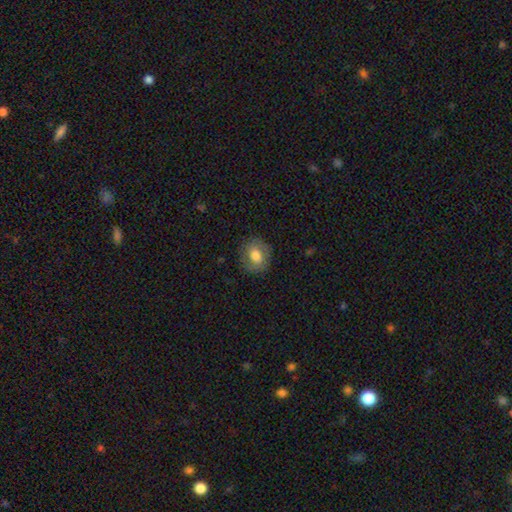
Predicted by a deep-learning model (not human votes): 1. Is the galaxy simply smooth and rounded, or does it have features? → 68% smooth, 24% featured or disk, 8% star or artifact.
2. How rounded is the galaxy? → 59% round, 39% in between, 1% cigar-shaped.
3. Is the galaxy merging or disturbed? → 81% none, 13% minor disturbance, 5% major disturbance, 1% merger.